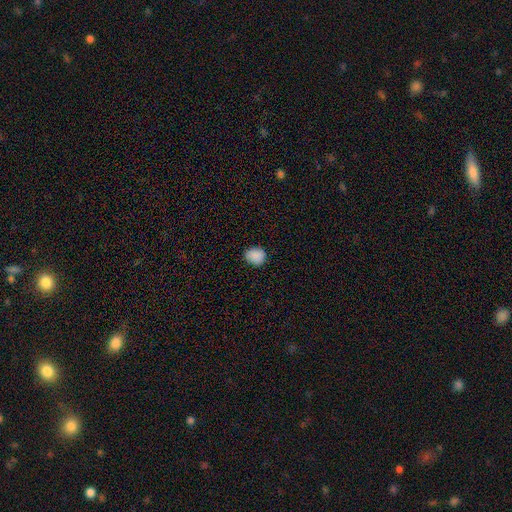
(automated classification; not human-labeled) Morphology: type=smooth (88%); roundness=round (70%); merging=none (84%).